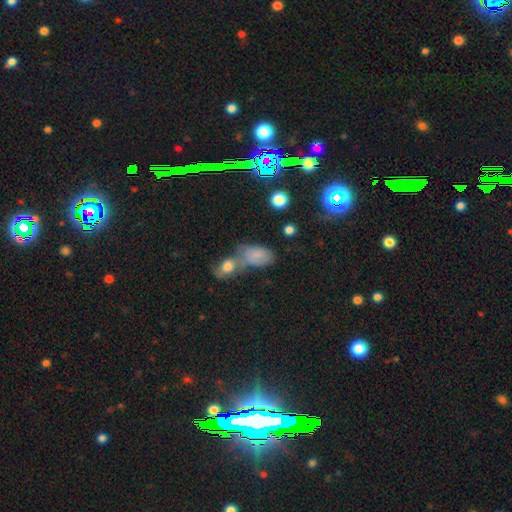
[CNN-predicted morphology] Overall: smooth (73%). How rounded: in between (90%). Merging: merger (49%; none 28%).